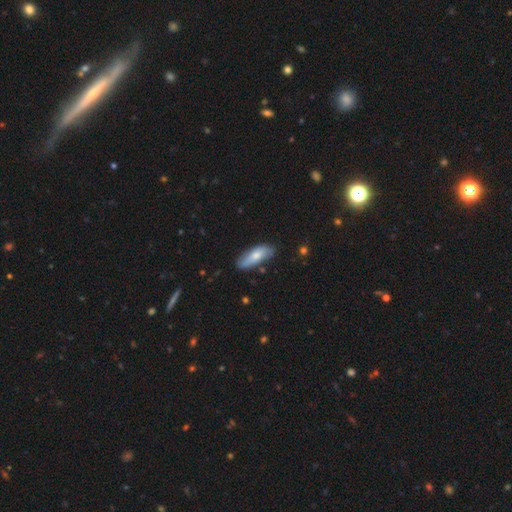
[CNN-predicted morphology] Smooth or featured? Predicted: smooth (p=0.71). How rounded? Predicted: in between (p=0.66). Merging? Predicted: none (p=0.76).